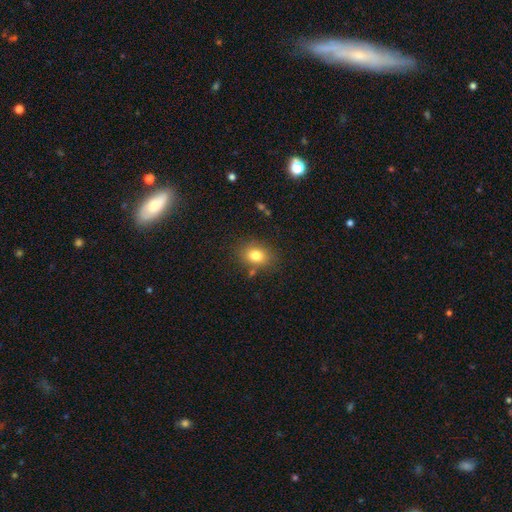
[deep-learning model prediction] Smooth or featured: smooth — 80% (star or artifact — 11%)
How rounded: in between — 59% (round — 40%)
Merging: none — 78% (minor disturbance — 14%)